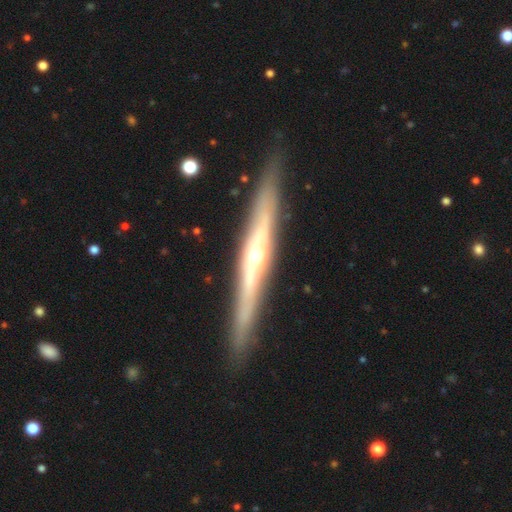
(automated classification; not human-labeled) A featured or disk galaxy (80%) viewed edge-on (94%) with a rounded central bulge (82%).

Vote fractions:
- Smooth or featured? featured or disk: 80% / smooth: 15% / star or artifact: 5%
- Edge-on disk? yes: 94% / no: 6%
- Edge-on bulge? rounded: 82% / none: 14% / boxy: 5%
- Merging? none: 89% / minor disturbance: 8% / major disturbance: 2% / merger: 1%